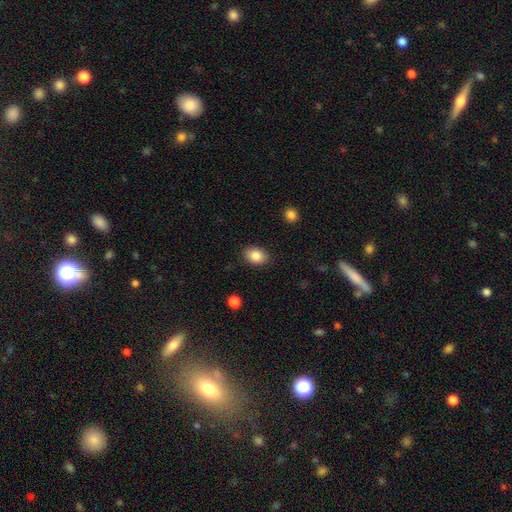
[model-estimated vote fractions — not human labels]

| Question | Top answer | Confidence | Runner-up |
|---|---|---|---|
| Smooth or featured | smooth | 86% | star or artifact (8%) |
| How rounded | in between | 77% | round (22%) |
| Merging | none | 87% | minor disturbance (10%) |